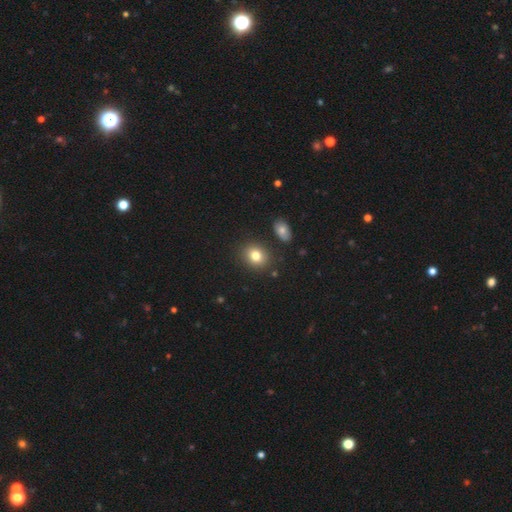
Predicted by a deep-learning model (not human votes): Smooth or featured?
  - smooth: 80% *
  - star or artifact: 10%
  - featured or disk: 10%
How rounded?
  - round: 52% *
  - in between: 47%
  - cigar-shaped: 1%
Merging?
  - none: 84% *
  - minor disturbance: 9%
  - merger: 4%
  - major disturbance: 3%